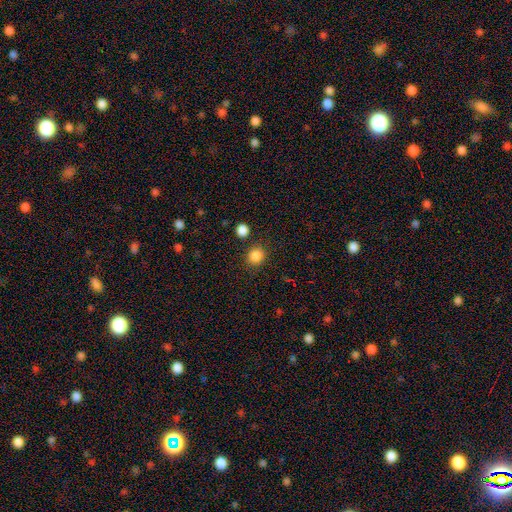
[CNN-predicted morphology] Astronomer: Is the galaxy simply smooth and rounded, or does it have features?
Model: smooth — 86%.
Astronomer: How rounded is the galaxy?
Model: round — 82%.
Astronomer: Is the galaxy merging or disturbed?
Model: none — 84%.